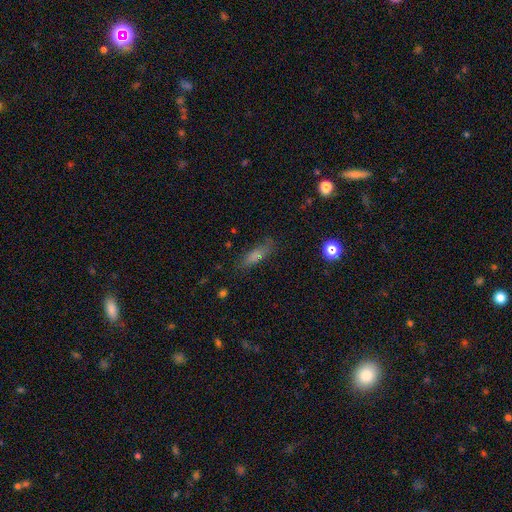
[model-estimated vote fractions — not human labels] Q: Smooth or featured?
A: smooth (62%); runner-up: featured or disk (23%)
Q: How rounded?
A: cigar-shaped (62%); runner-up: in between (34%)
Q: Merging?
A: none (77%); runner-up: minor disturbance (16%)